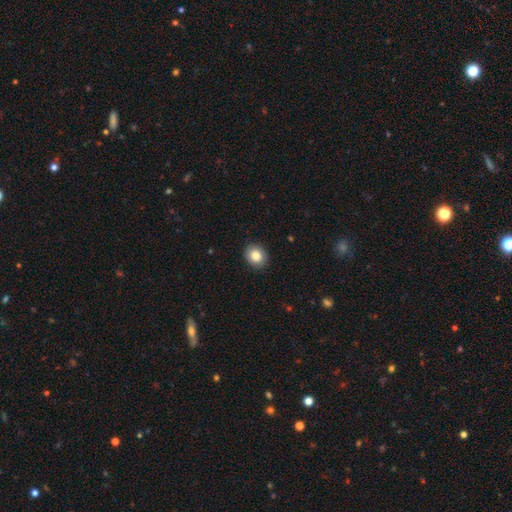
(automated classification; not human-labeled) Morphology: type=smooth (84%); roundness=round (63%); merging=none (90%).